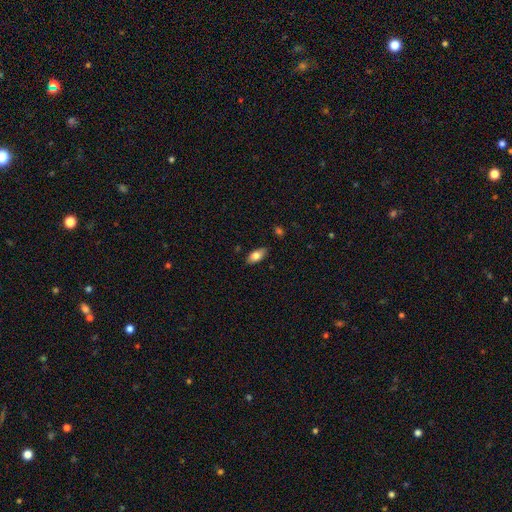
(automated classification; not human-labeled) Smooth or featured: smooth — 80% (featured or disk — 13%)
How rounded: in between — 90% (cigar-shaped — 6%)
Merging: none — 84% (minor disturbance — 13%)